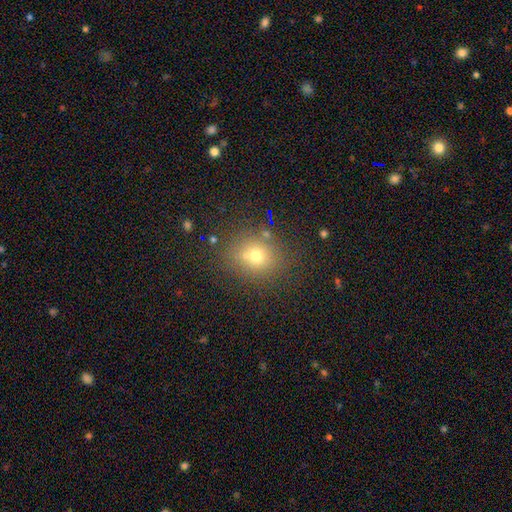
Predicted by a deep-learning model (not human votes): A smooth galaxy with no disk features (68%) that is round (72%).

Vote fractions:
- Smooth or featured? smooth: 68% / star or artifact: 19% / featured or disk: 13%
- How rounded? round: 72% / in between: 27% / cigar-shaped: 1%
- Merging? none: 70% / merger: 14% / minor disturbance: 12% / major disturbance: 5%